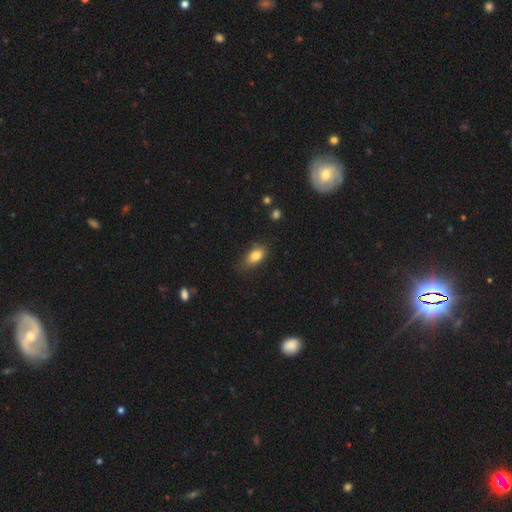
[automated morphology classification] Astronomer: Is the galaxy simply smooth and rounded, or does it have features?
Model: smooth — 82%.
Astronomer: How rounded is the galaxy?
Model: in between — 87%.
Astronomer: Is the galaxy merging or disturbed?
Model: none — 73%.